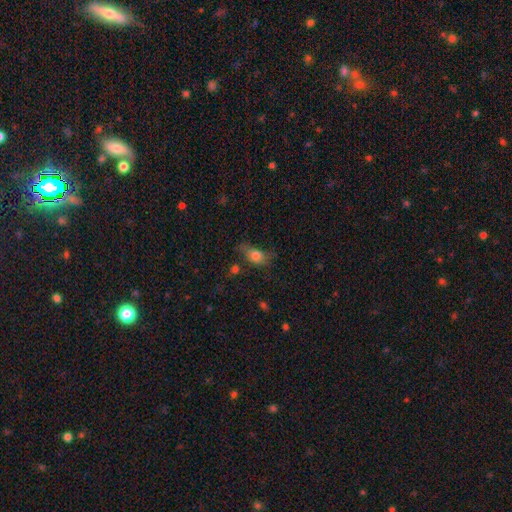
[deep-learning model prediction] Q: Smooth or featured?
A: smooth (73%); runner-up: featured or disk (16%)
Q: How rounded?
A: in between (75%); runner-up: round (16%)
Q: Merging?
A: none (45%); runner-up: minor disturbance (31%)